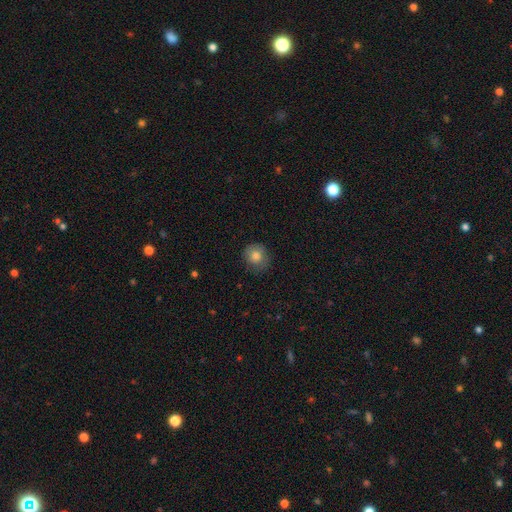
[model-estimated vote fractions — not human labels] This is clearly a smooth galaxy (80%). How rounded: clearly round (87%). Merging: likely none (78%).